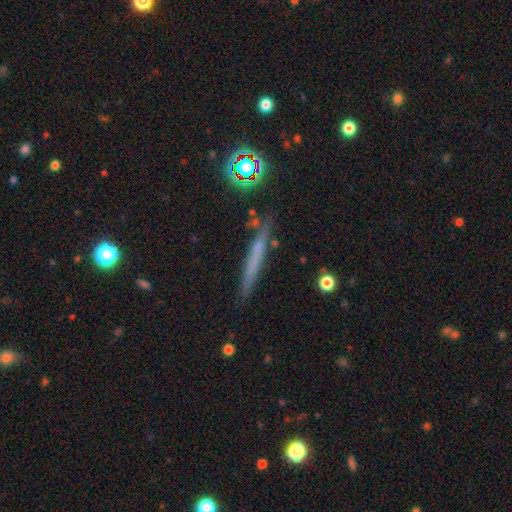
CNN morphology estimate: Smooth or featured?
  - smooth: 49% *
  - featured or disk: 37%
  - star or artifact: 15%
Merging?
  - none: 82% *
  - minor disturbance: 13%
  - merger: 3%
  - major disturbance: 3%